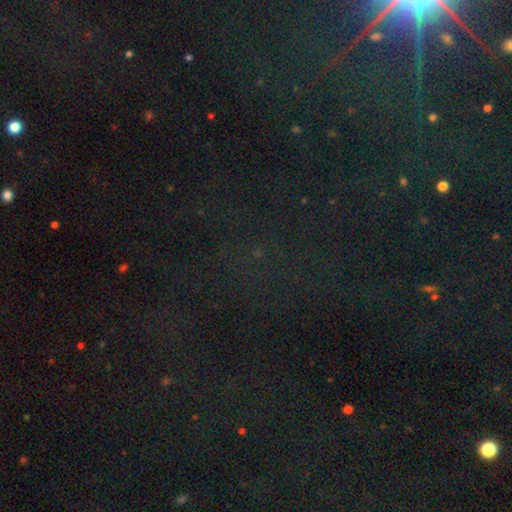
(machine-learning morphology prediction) Smooth or featured? star or artifact (79%)